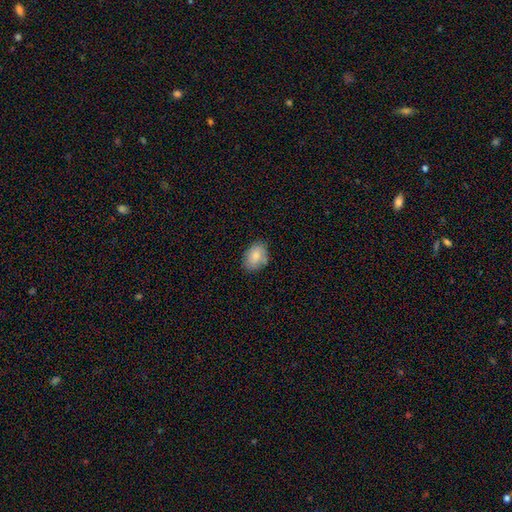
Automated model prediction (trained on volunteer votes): Smooth or featured: smooth — 81% (featured or disk — 12%)
How rounded: in between — 76% (round — 23%)
Merging: none — 75% (minor disturbance — 19%)